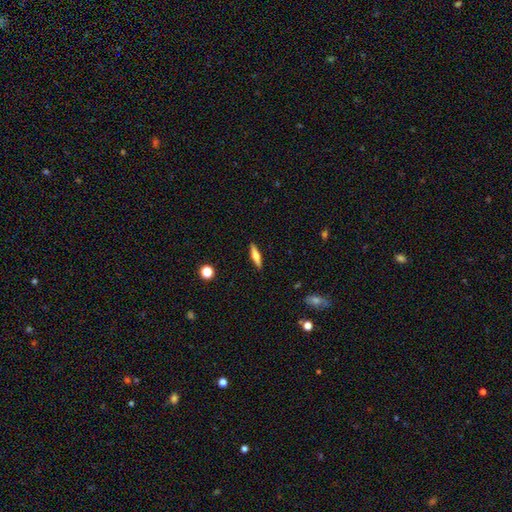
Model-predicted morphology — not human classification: smooth 54%, featured or disk 39%, star or artifact 7%. Down the decision tree: how rounded — cigar-shaped (71%); merging — none (90%).